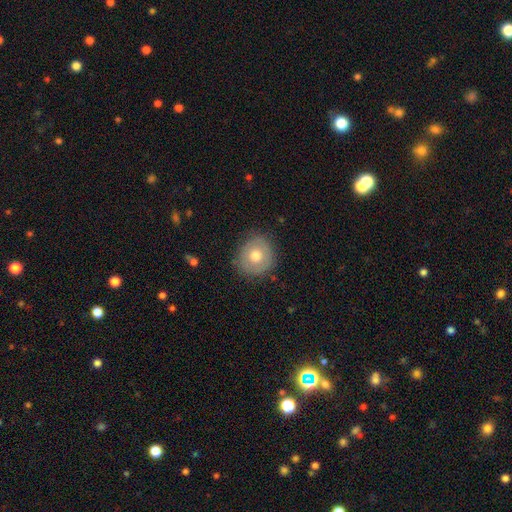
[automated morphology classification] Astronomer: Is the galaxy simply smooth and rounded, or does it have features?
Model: smooth — 66%.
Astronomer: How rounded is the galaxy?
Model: round — 86%.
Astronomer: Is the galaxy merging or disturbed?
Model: none — 84%.